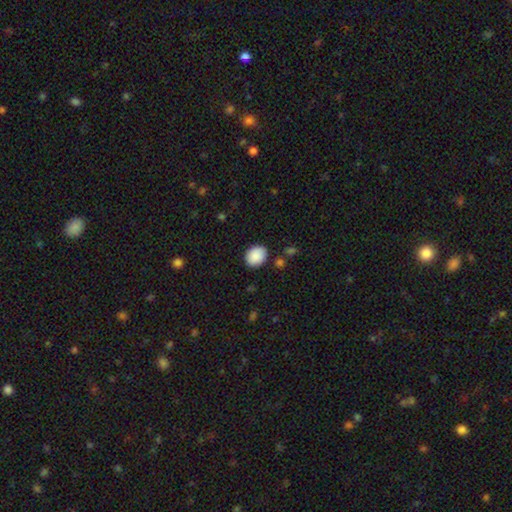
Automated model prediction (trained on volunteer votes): smooth-or-featured: smooth: 90% | star or artifact: 7% | featured or disk: 3%
  how-rounded: round: 50% | in between: 49% | cigar-shaped: 1%
  merging: none: 85% | minor disturbance: 10% | major disturbance: 3% | merger: 2%